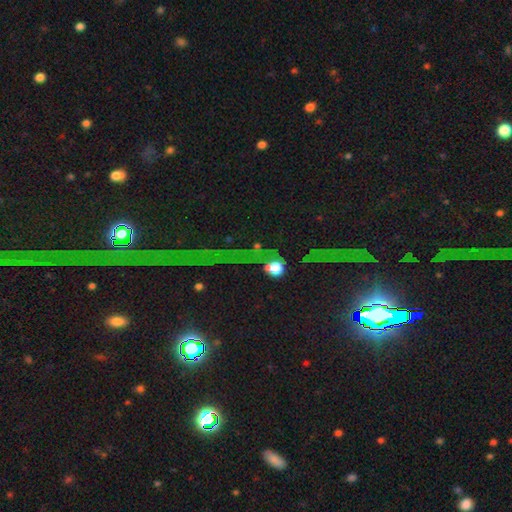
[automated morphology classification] This appears to be a star or artifact, not a galaxy (79%).